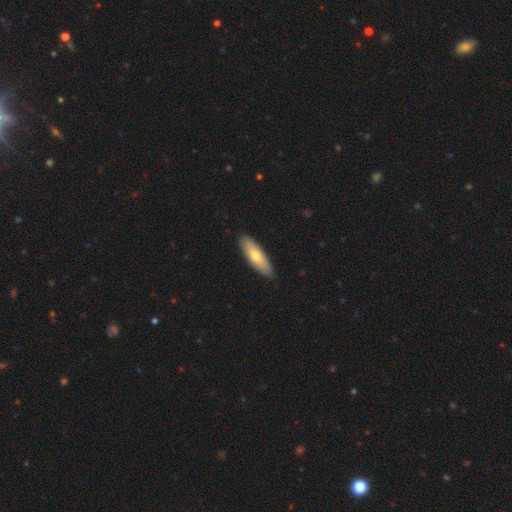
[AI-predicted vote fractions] Overall: smooth (69%). How rounded: in between (52%; cigar-shaped 46%). Merging: none (89%).